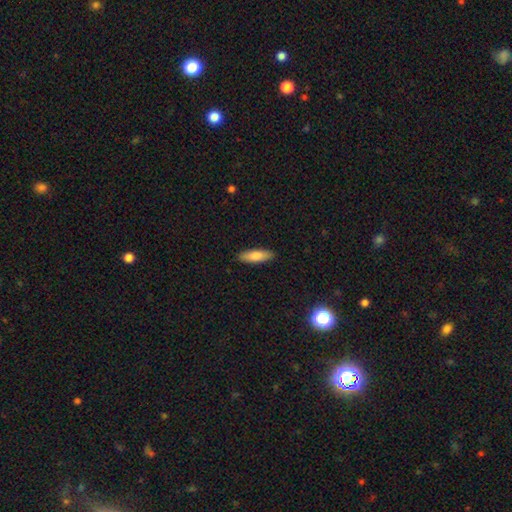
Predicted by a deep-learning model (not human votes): Overall: smooth (79%). How rounded: cigar-shaped (54%; in between 44%). Merging: none (90%).